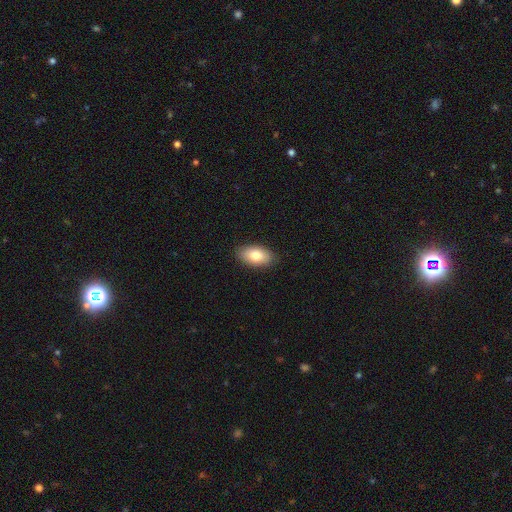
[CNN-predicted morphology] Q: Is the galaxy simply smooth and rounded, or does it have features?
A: smooth — 81%.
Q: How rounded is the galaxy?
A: in between — 93%.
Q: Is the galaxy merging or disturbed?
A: none — 88%.